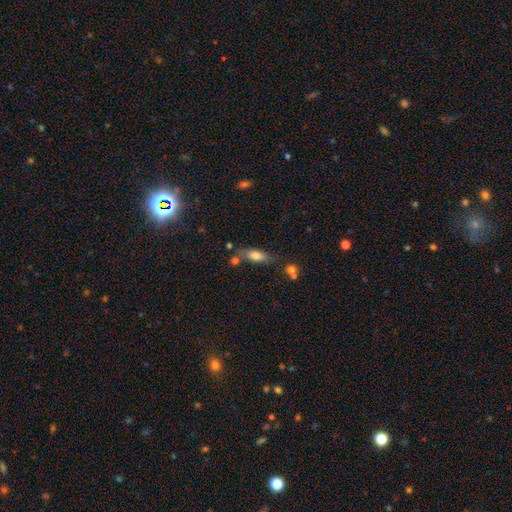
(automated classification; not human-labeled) smooth_or_featured: smooth (p=0.72) [alt: featured or disk p=0.20]
how_rounded: in between (p=0.72) [alt: cigar-shaped p=0.24]
merging: none (p=0.55) [alt: minor disturbance p=0.20]